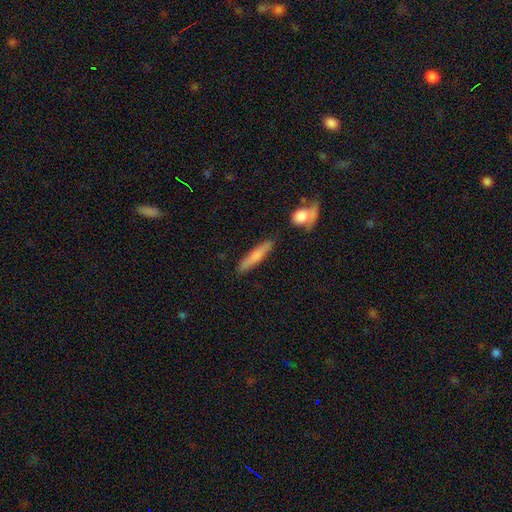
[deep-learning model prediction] Q: Smooth or featured?
A: smooth (69%); runner-up: featured or disk (25%)
Q: How rounded?
A: cigar-shaped (88%); runner-up: in between (10%)
Q: Merging?
A: none (83%); runner-up: minor disturbance (11%)